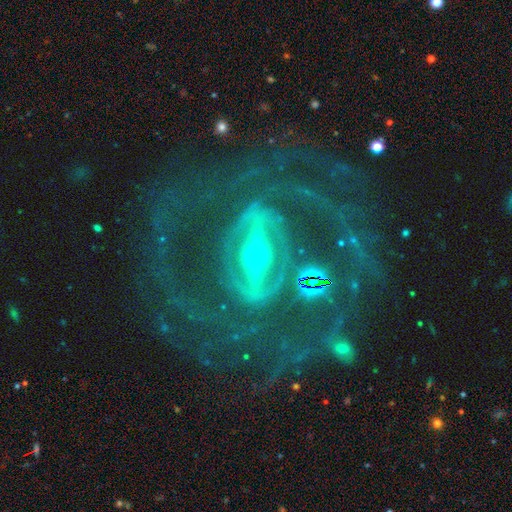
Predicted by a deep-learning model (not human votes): Smooth or featured: featured or disk — 83% (star or artifact — 10%)
Edge-on disk: no — 93% (yes — 7%)
Bar: strong — 65% (weak — 20%)
Spiral arms: yes — 81% (no — 19%)
Spiral winding: medium — 41% (tied with tight — 41%)
Spiral arm count: 2 — 70% (can't tell — 11%)
Bulge size: moderate — 58% (small — 31%)
Merging: none — 68% (major disturbance — 15%)